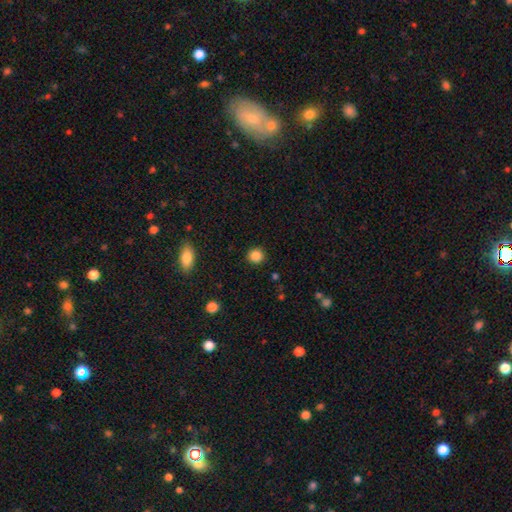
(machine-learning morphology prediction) type=smooth (86%); roundness=round (91%); merging=none (90%).